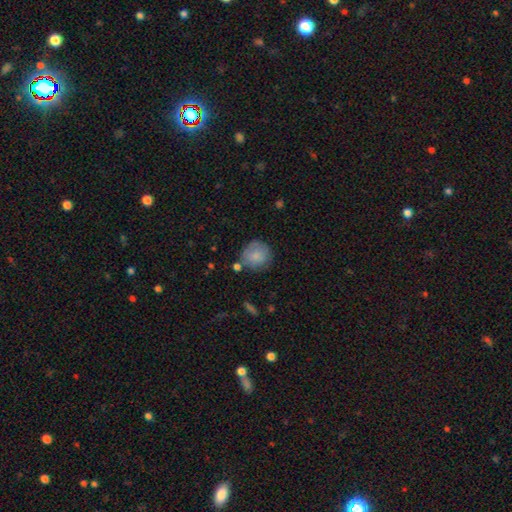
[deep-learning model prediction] This appears to be a smooth galaxy with no disk features (81%) that is round (89%). Merging: none (67%).